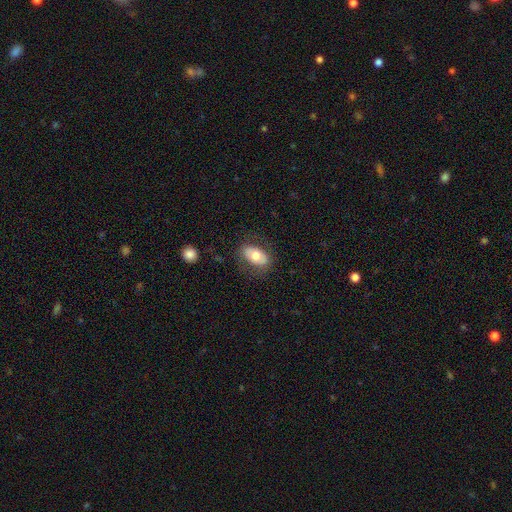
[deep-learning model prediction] This appears to be a smooth galaxy with no disk features (66%) that is in between round and cigar-shaped (91%). Merging: none (78%).